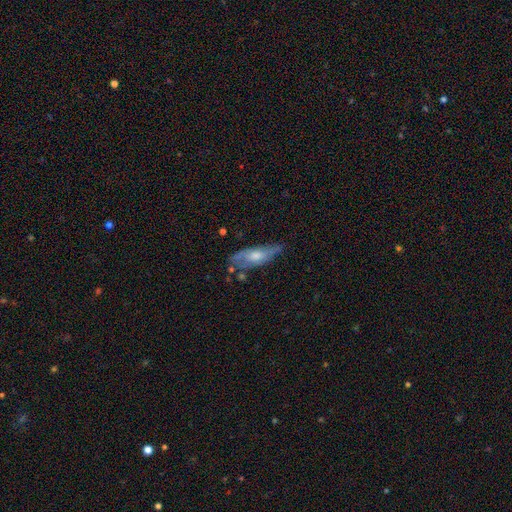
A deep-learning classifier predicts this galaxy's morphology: Overall: featured or disk (55%; smooth 37%). Edge-on disk: no (58%; yes 42%). Merging: none (60%; minor disturbance 26%).